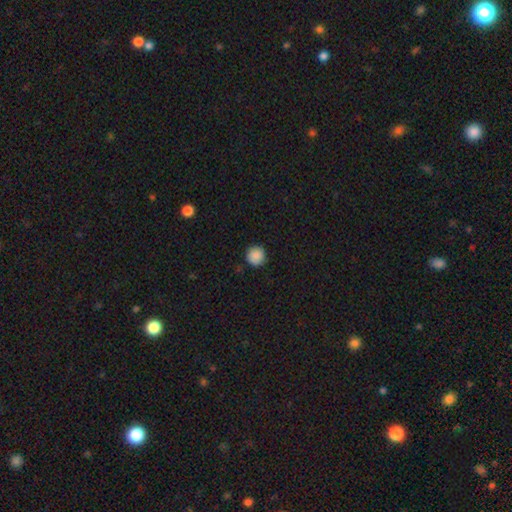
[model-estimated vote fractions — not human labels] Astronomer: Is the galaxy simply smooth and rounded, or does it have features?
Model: smooth — 88%.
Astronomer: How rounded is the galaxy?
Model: round — 95%.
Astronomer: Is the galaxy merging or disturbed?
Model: none — 89%.